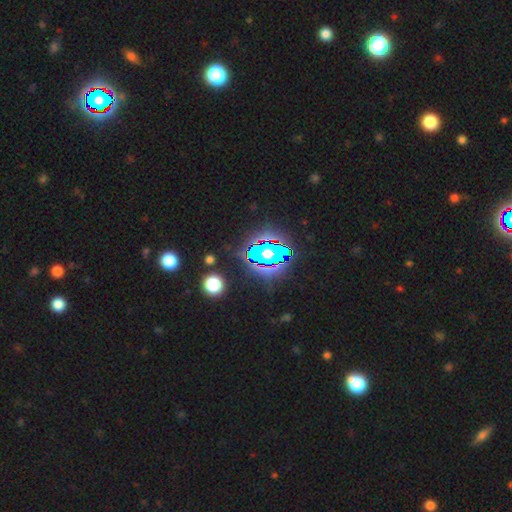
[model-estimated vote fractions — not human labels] This appears to be a star or artifact, not a galaxy (62%).